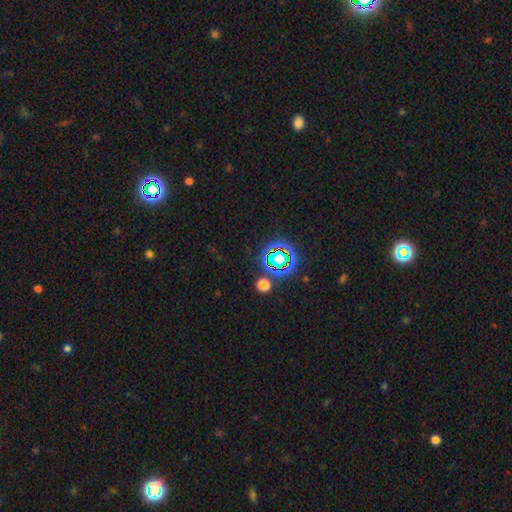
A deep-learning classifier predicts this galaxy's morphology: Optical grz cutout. It shows a star or artifact, not a galaxy (76%).